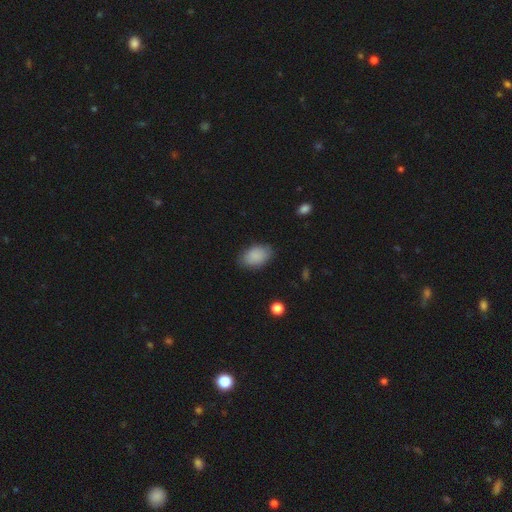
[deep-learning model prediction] smooth 88%, star or artifact 7%, featured or disk 5%. Down the decision tree: how rounded — in between (91%); merging — none (83%).